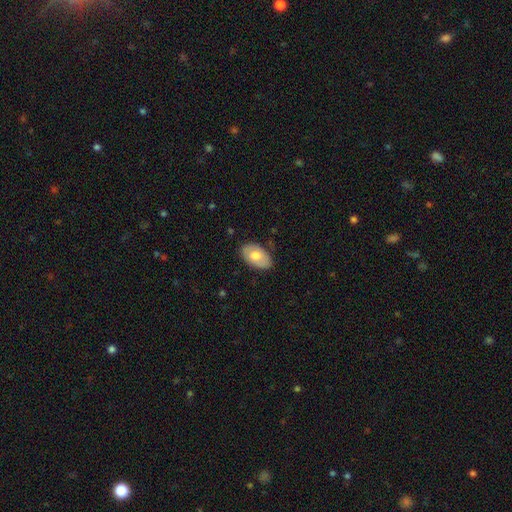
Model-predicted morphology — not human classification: This is likely a smooth galaxy (68%). How rounded: clearly in between (93%). Merging: clearly none (81%).